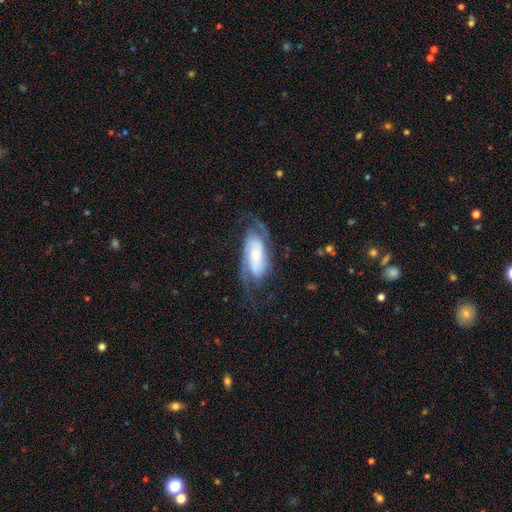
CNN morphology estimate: Smooth or featured? Predicted: featured or disk (p=0.77). Edge-on disk? Predicted: no (p=0.93). Bar? Predicted: no (p=0.50). Spiral arms? Predicted: yes (p=0.94). Spiral winding? Predicted: medium (p=0.46). Spiral arm count? Predicted: 2 (p=0.78). Bulge size? Predicted: small (p=0.47). Merging? Predicted: none (p=0.63).